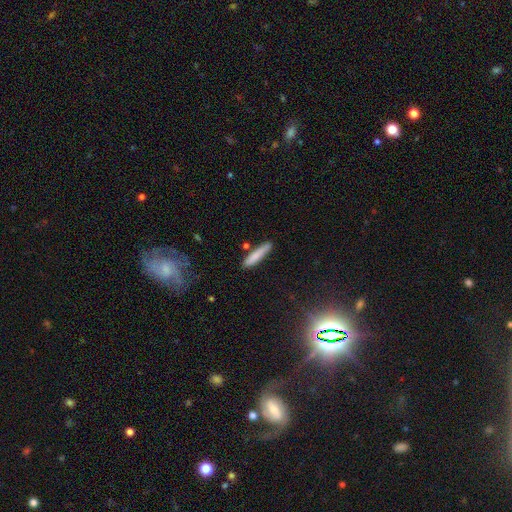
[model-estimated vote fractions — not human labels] smooth 79%, featured or disk 14%, star or artifact 6%. Down the decision tree: how rounded — cigar-shaped (89%); merging — none (80%).